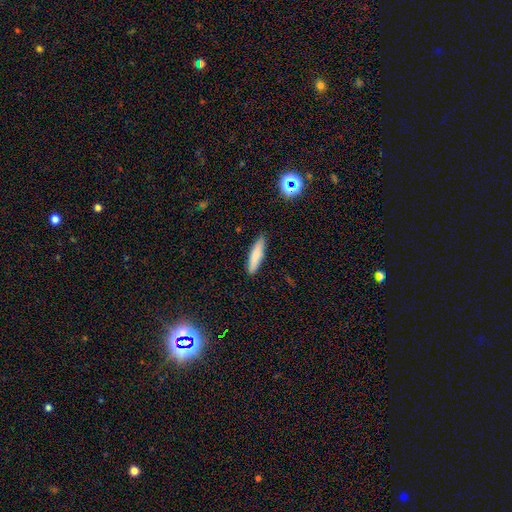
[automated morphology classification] Smooth or featured? smooth (80%)
How rounded? cigar-shaped (79%)
Merging? none (87%)